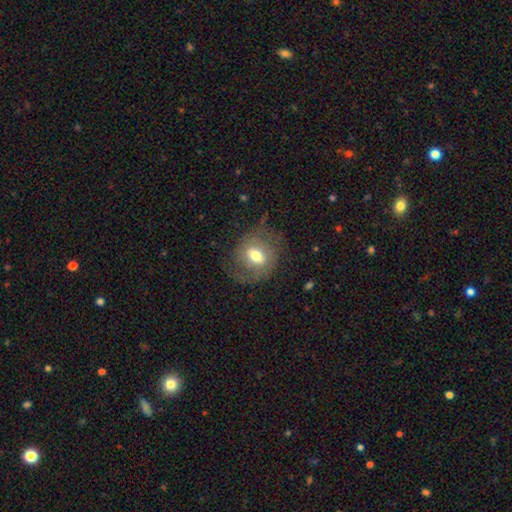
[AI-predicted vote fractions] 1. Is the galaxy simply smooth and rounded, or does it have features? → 53% smooth, 38% featured or disk, 9% star or artifact.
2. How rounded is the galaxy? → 66% round, 33% in between, 1% cigar-shaped.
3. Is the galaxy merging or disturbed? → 64% none, 21% minor disturbance, 14% major disturbance, 2% merger.